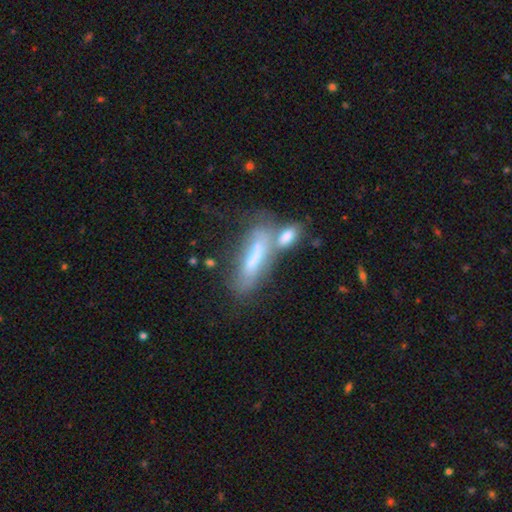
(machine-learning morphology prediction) Smooth or featured: smooth — 50% (featured or disk — 41%)
Merging: merger — 48% (none — 27%)